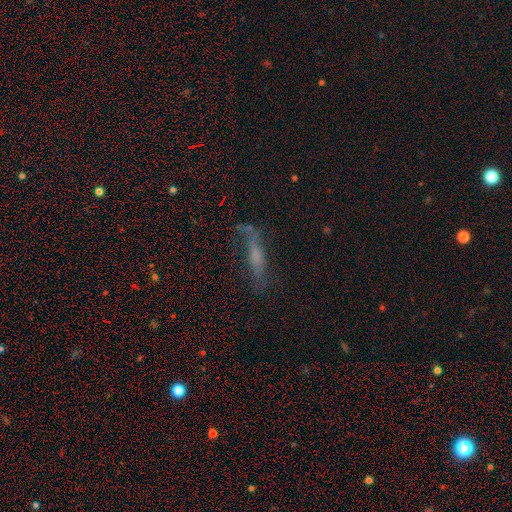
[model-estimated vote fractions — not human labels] featured or disk 42% (tied), smooth 42% (tied), star or artifact 16%. Down the decision tree: merging — none (55%).